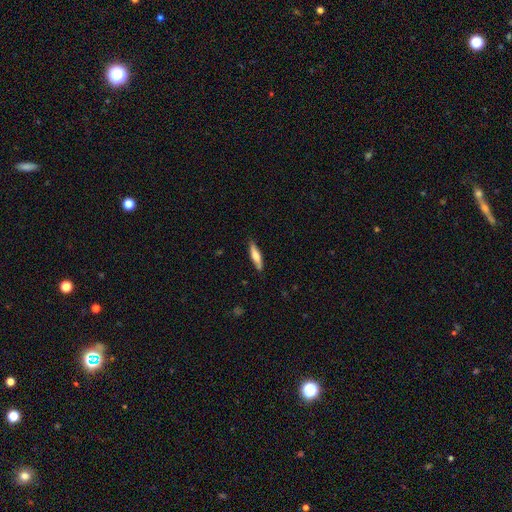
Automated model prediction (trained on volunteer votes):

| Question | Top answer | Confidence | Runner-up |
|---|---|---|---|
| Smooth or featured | smooth | 65% | featured or disk (29%) |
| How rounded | cigar-shaped | 75% | in between (24%) |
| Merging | none | 85% | minor disturbance (12%) |